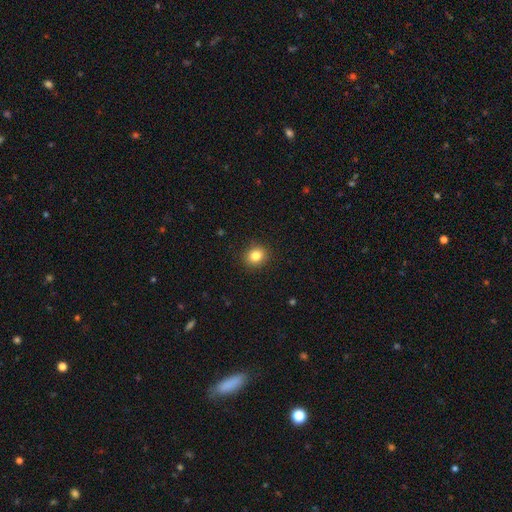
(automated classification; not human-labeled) Overall: smooth (83%). How rounded: round (78%). Merging: none (91%).